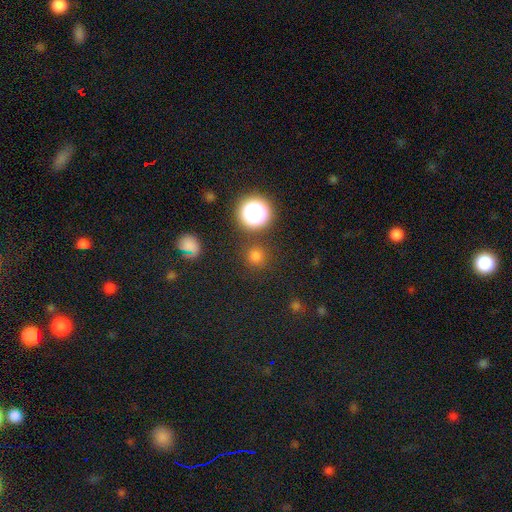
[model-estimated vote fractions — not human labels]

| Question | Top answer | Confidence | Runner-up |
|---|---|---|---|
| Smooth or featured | smooth | 70% | star or artifact (24%) |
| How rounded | round | 94% | in between (5%) |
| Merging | none | 86% | minor disturbance (7%) |